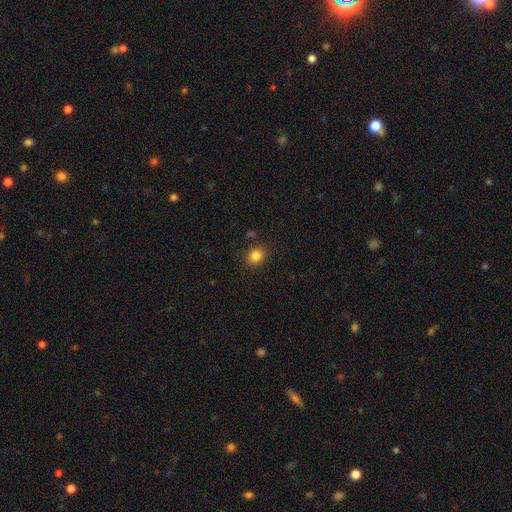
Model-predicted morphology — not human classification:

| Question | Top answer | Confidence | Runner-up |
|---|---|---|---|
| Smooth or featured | smooth | 83% | star or artifact (11%) |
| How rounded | round | 64% | in between (35%) |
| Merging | none | 86% | minor disturbance (9%) |